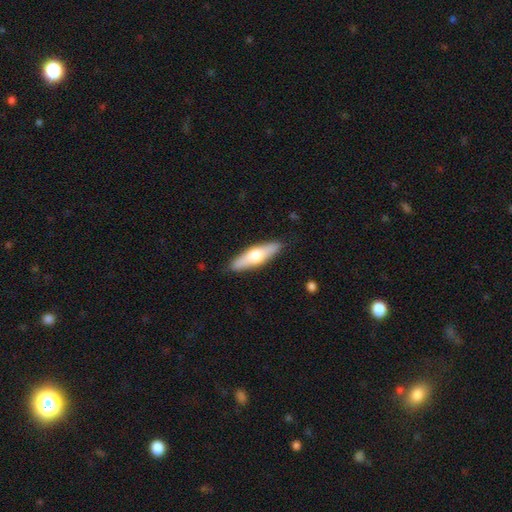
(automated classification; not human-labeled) This appears to be a smooth galaxy with no disk features (53%) that is cigar-shaped (64%). Merging: none (88%).